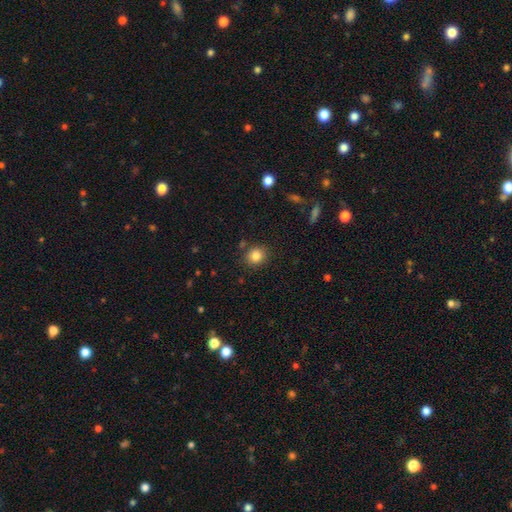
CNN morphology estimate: type=smooth (84%); roundness=round (78%); merging=none (85%).